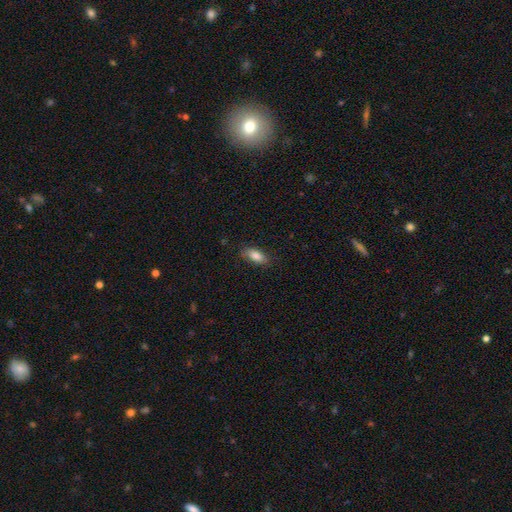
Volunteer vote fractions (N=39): This appears to be a smooth galaxy with no disk features (90%) that is in between round and cigar-shaped (83%). Merging: none (81%).